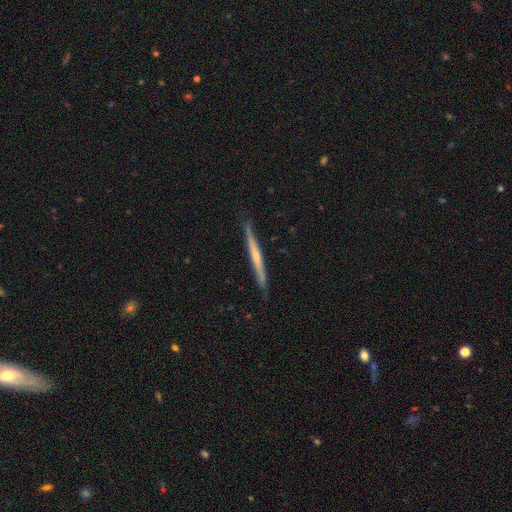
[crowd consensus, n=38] A featured or disk galaxy (71%) viewed edge-on (85%) with a rounded central bulge (61%). Merging: none (84%).